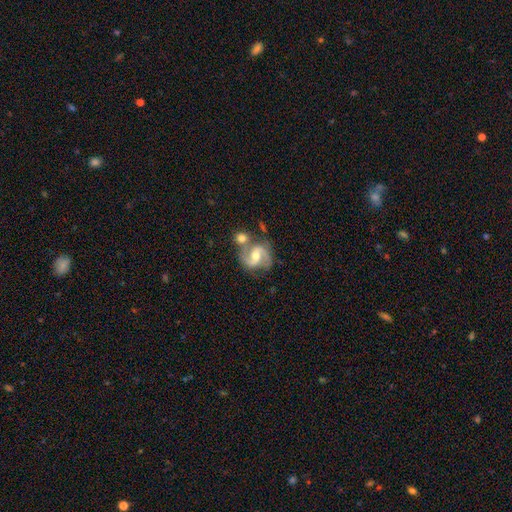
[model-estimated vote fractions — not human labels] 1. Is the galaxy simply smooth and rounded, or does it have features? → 86% featured or disk, 8% smooth, 6% star or artifact.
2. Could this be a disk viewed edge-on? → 98% no, 2% yes.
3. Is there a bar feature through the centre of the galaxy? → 48% weak, 26% strong, 26% no.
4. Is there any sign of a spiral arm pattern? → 97% yes, 3% no.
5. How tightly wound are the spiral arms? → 61% medium, 23% loose, 16% tight.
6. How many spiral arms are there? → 92% 2, 3% can't tell, 2% 1, 2% 3, 1% 4, 1% more than 4.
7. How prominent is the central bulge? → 68% moderate, 24% small, 5% large, 2% none, 1% dominant.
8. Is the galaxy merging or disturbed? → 56% none, 24% merger, 15% minor disturbance, 6% major disturbance.